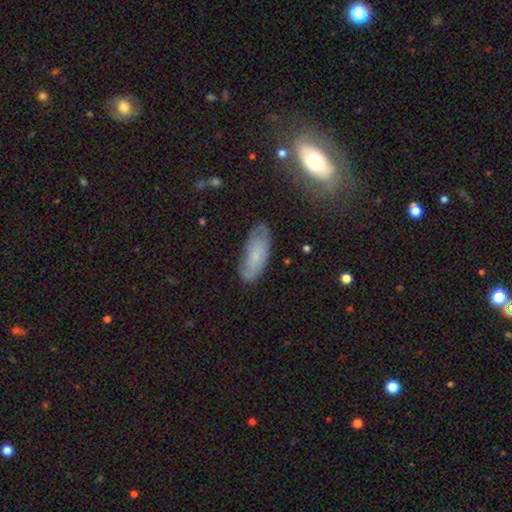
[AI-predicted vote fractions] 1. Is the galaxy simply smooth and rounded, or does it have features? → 53% smooth, 38% featured or disk, 10% star or artifact.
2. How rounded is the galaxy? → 76% in between, 21% cigar-shaped, 3% round.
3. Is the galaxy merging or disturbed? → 67% none, 24% minor disturbance, 7% major disturbance, 2% merger.